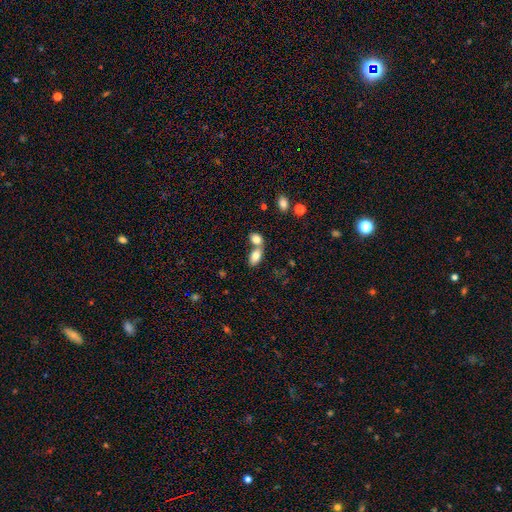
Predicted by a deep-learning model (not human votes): Morphology: type=smooth (81%); roundness=in between (88%); merging=merger (53%).